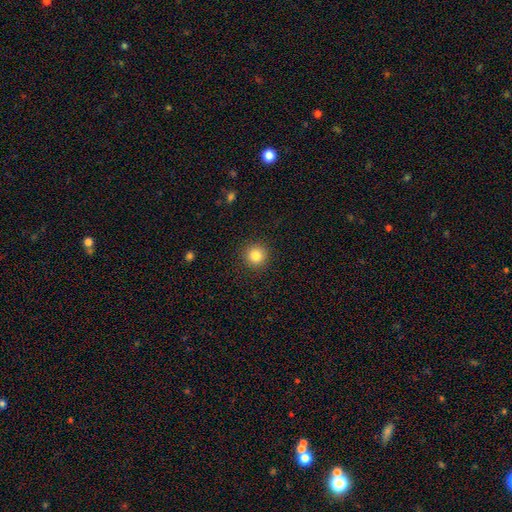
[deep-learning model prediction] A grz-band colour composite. It shows a smooth galaxy with no disk features (84%) that is round (94%). Merging: none (91%).